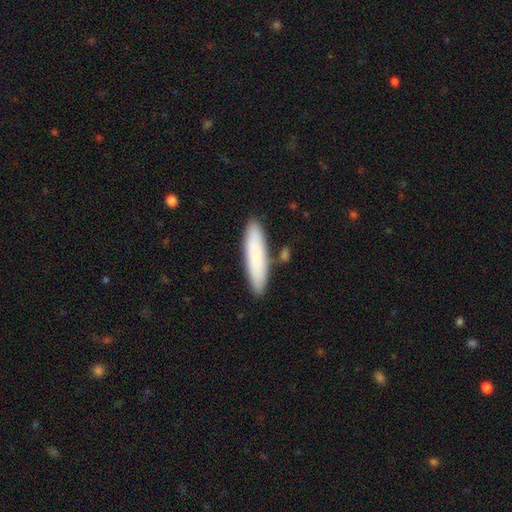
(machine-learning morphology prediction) Smooth or featured: smooth — 81% (featured or disk — 13%)
How rounded: cigar-shaped — 77% (in between — 22%)
Merging: none — 85% (minor disturbance — 9%)